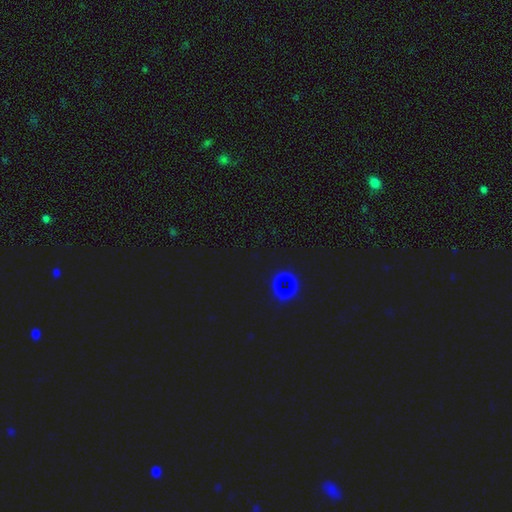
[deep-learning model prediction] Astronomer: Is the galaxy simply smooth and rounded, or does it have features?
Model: star or artifact — 75%.